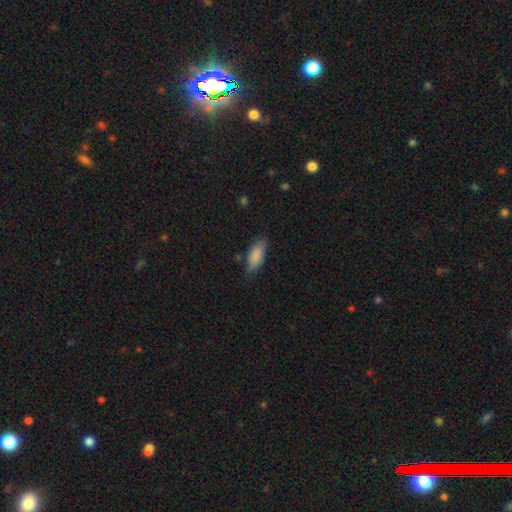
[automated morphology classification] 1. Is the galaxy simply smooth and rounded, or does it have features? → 85% smooth, 8% featured or disk, 6% star or artifact.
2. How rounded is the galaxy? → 80% in between, 18% cigar-shaped, 2% round.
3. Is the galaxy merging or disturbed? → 70% none, 24% minor disturbance, 4% major disturbance, 2% merger.